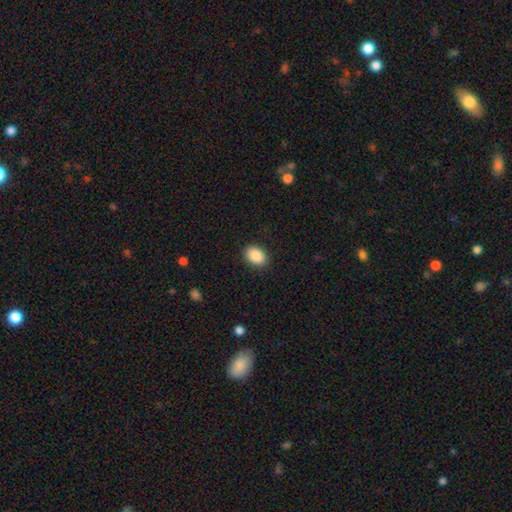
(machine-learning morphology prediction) type=smooth (90%); roundness=in between (82%); merging=none (89%).